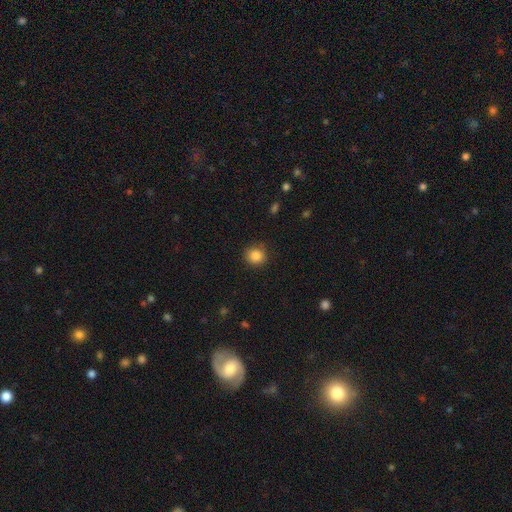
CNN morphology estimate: A smooth galaxy with no disk features (86%) that is round (86%).

Vote fractions:
- Smooth or featured? smooth: 86% / star or artifact: 10% / featured or disk: 4%
- How rounded? round: 86% / in between: 13% / cigar-shaped: 1%
- Merging? none: 87% / minor disturbance: 9% / major disturbance: 3% / merger: 1%